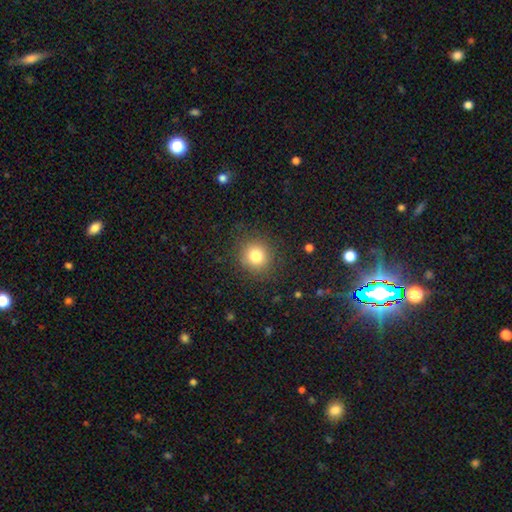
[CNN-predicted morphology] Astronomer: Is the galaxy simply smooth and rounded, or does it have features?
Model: smooth — 81%.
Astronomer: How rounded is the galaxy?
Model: round — 90%.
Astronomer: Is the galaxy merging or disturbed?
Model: none — 87%.